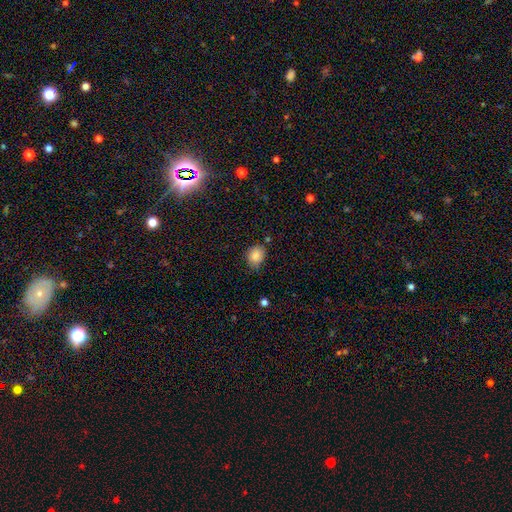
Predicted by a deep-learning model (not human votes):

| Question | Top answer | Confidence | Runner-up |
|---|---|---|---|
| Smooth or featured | smooth | 86% | star or artifact (9%) |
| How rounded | round | 54% | in between (45%) |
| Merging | none | 69% | minor disturbance (24%) |